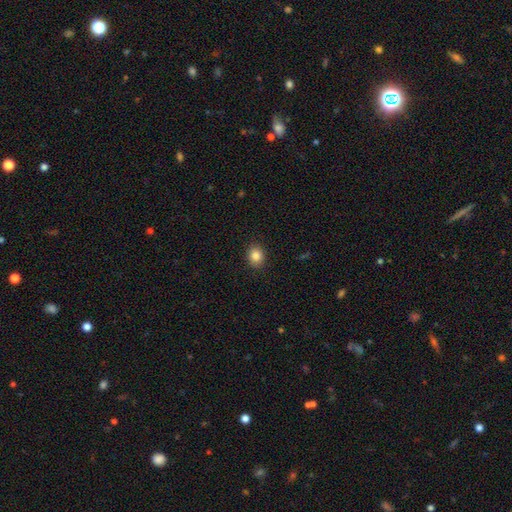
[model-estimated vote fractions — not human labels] A smooth galaxy with no disk features (85%) that is round (62%).

Vote fractions:
- Smooth or featured? smooth: 85% / star or artifact: 10% / featured or disk: 5%
- How rounded? round: 62% / in between: 37% / cigar-shaped: 1%
- Merging? none: 90% / minor disturbance: 7% / major disturbance: 2% / merger: 1%